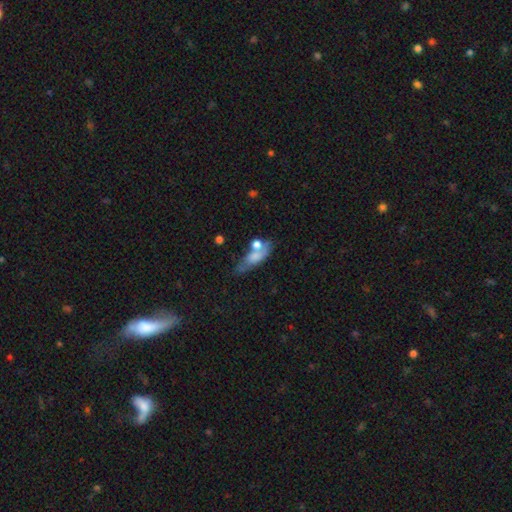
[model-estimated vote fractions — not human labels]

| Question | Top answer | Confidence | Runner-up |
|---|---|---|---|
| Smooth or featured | smooth | 57% | featured or disk (33%) |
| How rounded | in between | 60% | cigar-shaped (30%) |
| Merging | none | 37% | merger (27%) |